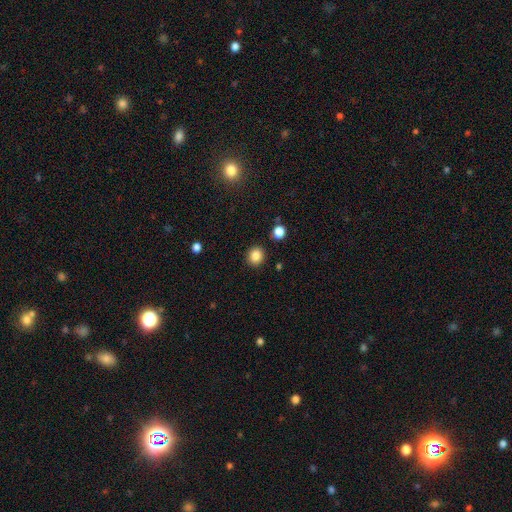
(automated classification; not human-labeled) Smooth or featured? smooth (85%)
How rounded? round (86%)
Merging? none (90%)